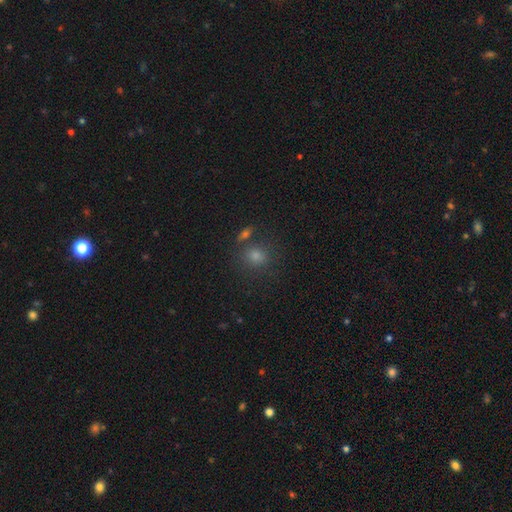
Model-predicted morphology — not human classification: This is likely a smooth galaxy (68%). How rounded: likely round (78%). Merging: likely none (71%).